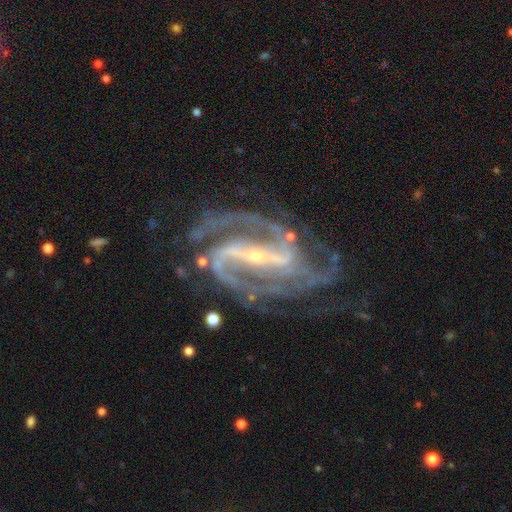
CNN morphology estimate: A featured or disk galaxy (93%) with a strong bar (77%), 2 (67%) medium (56%) spiral arms (99%) and a small central bulge (76%).

Vote fractions:
- Smooth or featured? featured or disk: 93% / star or artifact: 5% / smooth: 2%
- Edge-on disk? no: 97% / yes: 3%
- Bar? strong: 77% / weak: 17% / no: 6%
- Spiral arms? yes: 99% / no: 1%
- Spiral winding? medium: 56% / tight: 32% / loose: 12%
- Spiral arm count? 2: 67% / 3: 14% / 4: 6% / can't tell: 6% / more than 4: 4% / 1: 4%
- Bulge size? small: 76% / moderate: 21% / large: 1% / none: 1% / dominant: 1%
- Merging? none: 64% / minor disturbance: 19% / major disturbance: 15% / merger: 3%